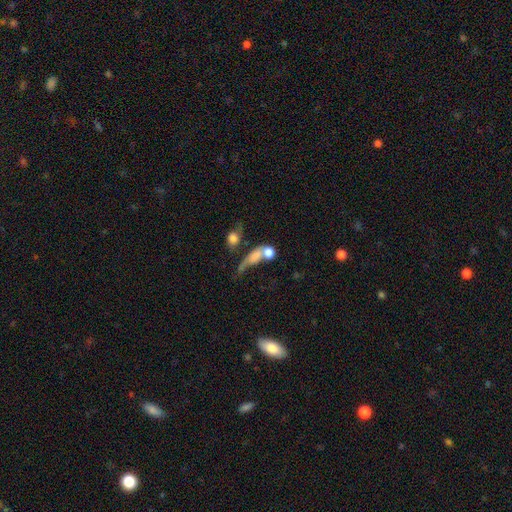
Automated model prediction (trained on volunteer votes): Q: Smooth or featured?
A: smooth (62%); runner-up: featured or disk (25%)
Q: How rounded?
A: in between (46%); runner-up: round (36%)
Q: Merging?
A: merger (45%); runner-up: major disturbance (22%)